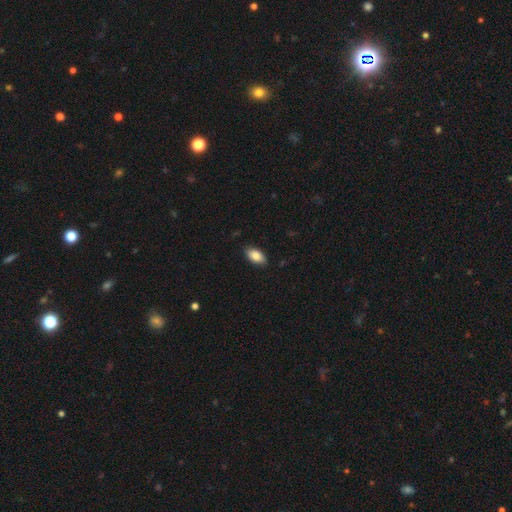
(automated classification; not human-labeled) Smooth or featured? smooth (87%)
How rounded? in between (94%)
Merging? none (86%)